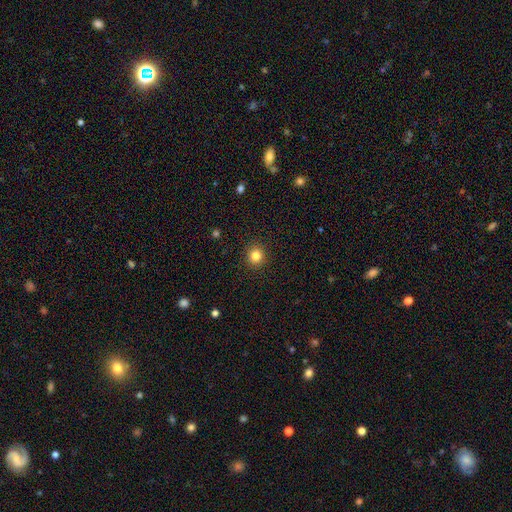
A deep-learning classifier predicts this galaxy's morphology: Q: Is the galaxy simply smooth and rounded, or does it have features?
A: smooth — 83%.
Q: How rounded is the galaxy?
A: round — 90%.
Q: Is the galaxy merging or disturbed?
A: none — 92%.